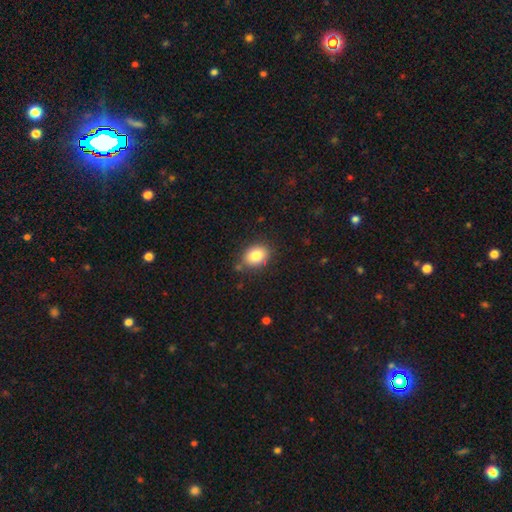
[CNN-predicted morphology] smooth 83%, star or artifact 9%, featured or disk 8%. Down the decision tree: how rounded — in between (62%); merging — none (81%).